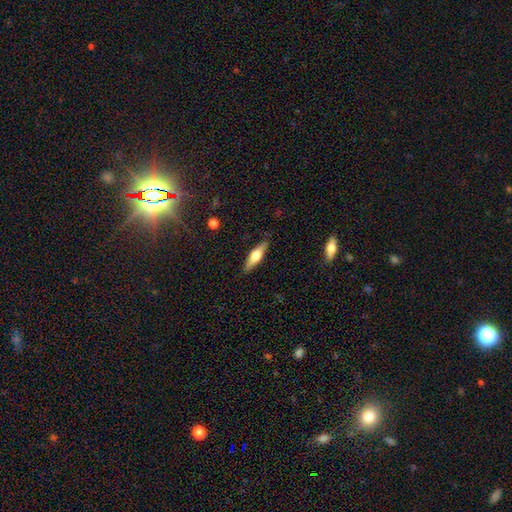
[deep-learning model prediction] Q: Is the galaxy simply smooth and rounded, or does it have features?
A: featured or disk — 50%.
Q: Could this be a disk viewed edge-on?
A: yes — 94%.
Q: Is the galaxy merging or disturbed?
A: none — 87%.